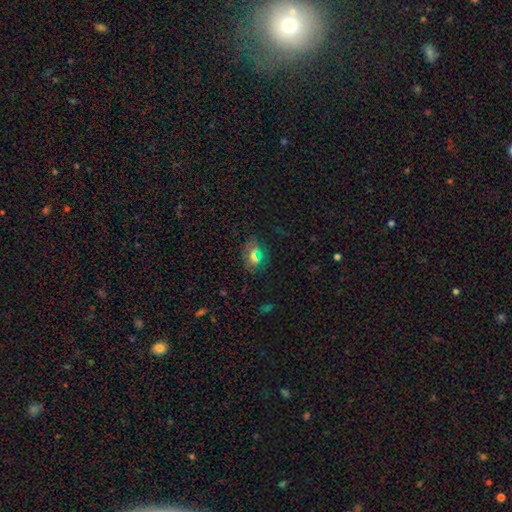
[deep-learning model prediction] A smooth galaxy with no disk features (57%) that is in between round and cigar-shaped (68%). Merging: none (79%).